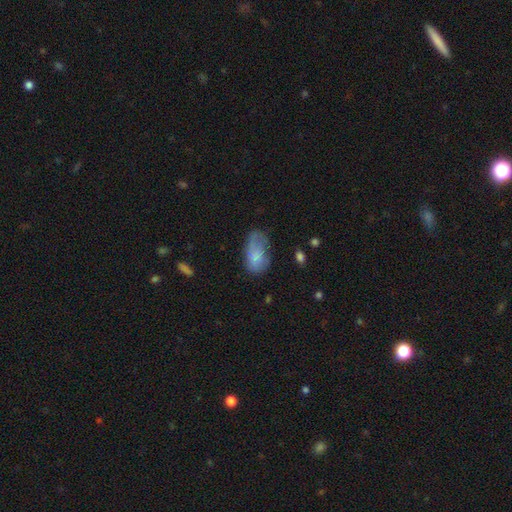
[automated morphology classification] This appears to be a smooth galaxy with no disk features (67%) that is in between round and cigar-shaped (92%). Merging: none (42%).